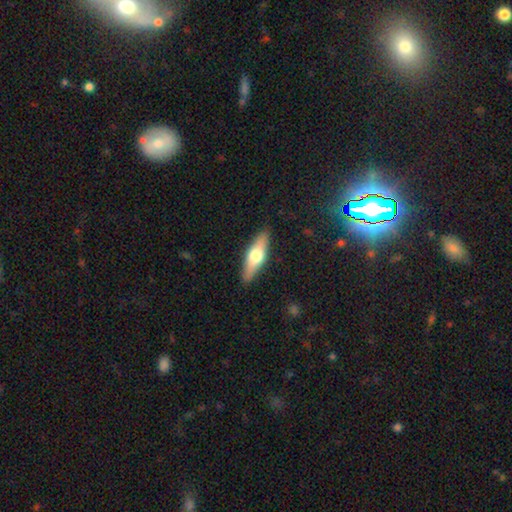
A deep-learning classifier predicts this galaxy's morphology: Smooth or featured: smooth — 52% (featured or disk — 43%)
How rounded: cigar-shaped — 53% (in between — 45%)
Merging: none — 88% (minor disturbance — 9%)